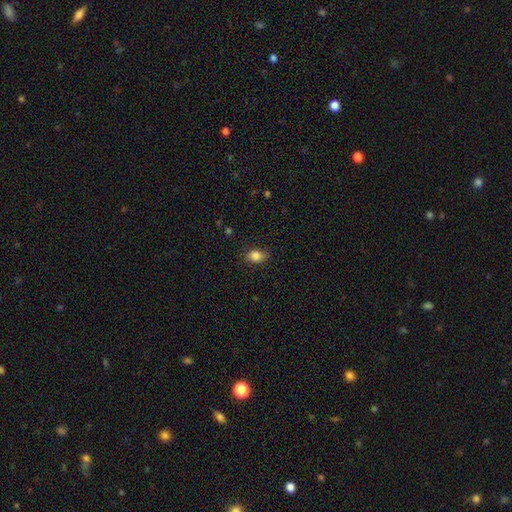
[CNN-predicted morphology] A smooth galaxy with no disk features (86%) that is in between round and cigar-shaped (73%).

Vote fractions:
- Smooth or featured? smooth: 86% / star or artifact: 10% / featured or disk: 5%
- How rounded? in between: 73% / round: 25% / cigar-shaped: 1%
- Merging? none: 85% / minor disturbance: 11% / major disturbance: 3% / merger: 1%